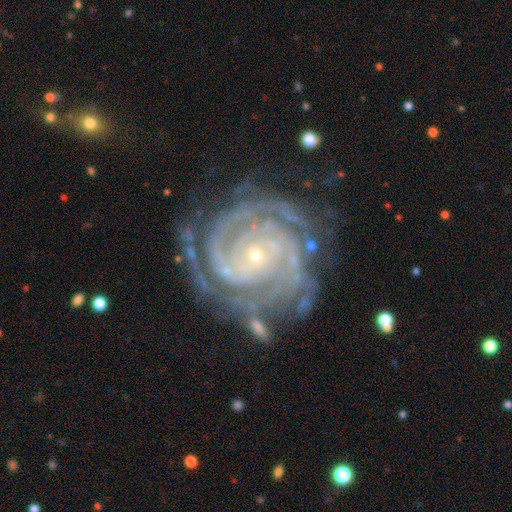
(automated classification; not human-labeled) smooth_or_featured: featured or disk (p=0.93) [alt: star or artifact p=0.05]
disk_edge_on: no (p=0.98) [alt: yes p=0.02]
bar: no (p=0.67) [alt: weak p=0.20]
has_spiral_arms: yes (p=0.99) [alt: no p=0.01]
spiral_winding: tight (p=0.83) [alt: medium p=0.15]
spiral_arm_count: 3 (p=0.24) [alt: 2 p=0.23]
bulge_size: small (p=0.85) [alt: moderate p=0.12]
merging: none (p=0.70) [alt: minor disturbance p=0.19]